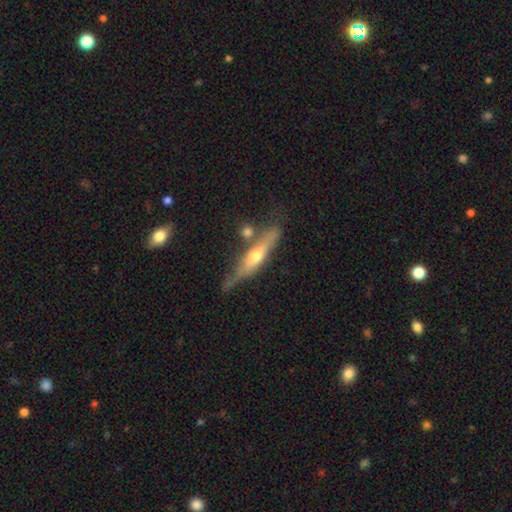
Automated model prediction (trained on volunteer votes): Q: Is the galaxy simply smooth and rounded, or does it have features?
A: featured or disk — 66%.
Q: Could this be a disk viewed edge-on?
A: yes — 87%.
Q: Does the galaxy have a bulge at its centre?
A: rounded — 87%.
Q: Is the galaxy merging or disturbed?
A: none — 61%.